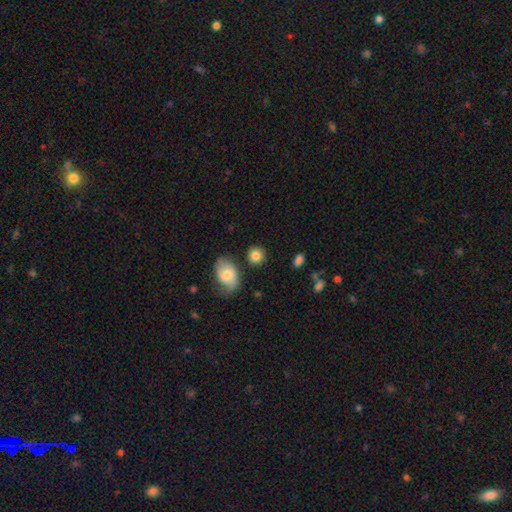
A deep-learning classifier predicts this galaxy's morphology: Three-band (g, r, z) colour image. It shows a smooth galaxy with no disk features (84%) that is round (82%). Merging: none (81%).